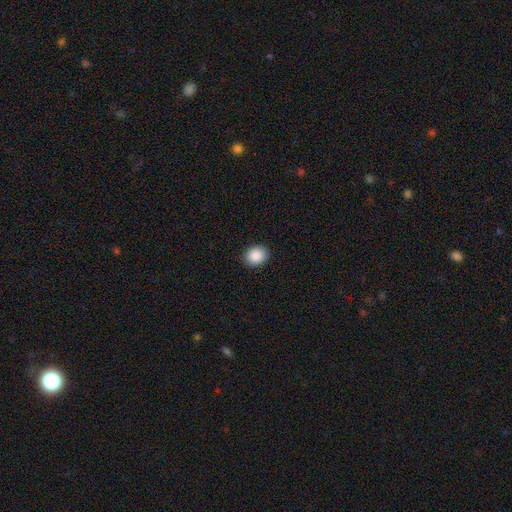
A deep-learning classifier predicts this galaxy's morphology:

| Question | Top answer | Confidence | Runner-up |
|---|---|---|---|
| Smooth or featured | smooth | 89% | star or artifact (8%) |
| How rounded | round | 57% | in between (42%) |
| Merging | none | 90% | minor disturbance (7%) |